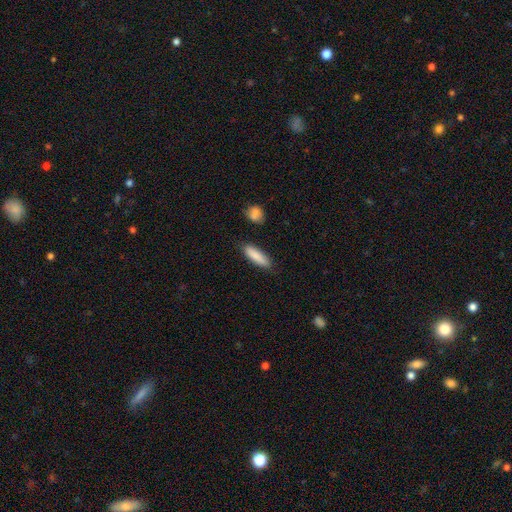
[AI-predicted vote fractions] This appears to be a smooth galaxy with no disk features (86%) that is cigar-shaped (63%). Merging: none (85%).